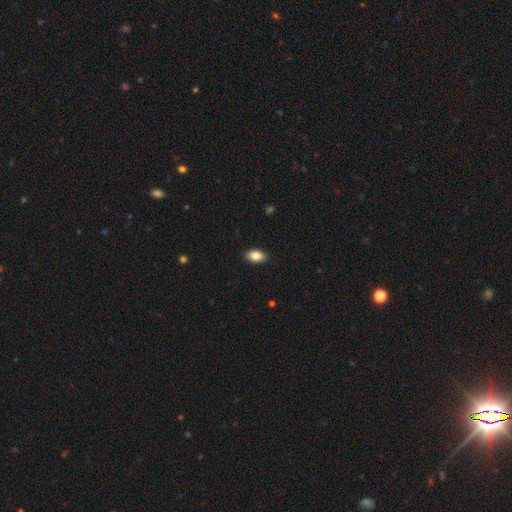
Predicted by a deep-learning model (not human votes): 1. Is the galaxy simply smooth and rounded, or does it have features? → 87% smooth, 8% star or artifact, 6% featured or disk.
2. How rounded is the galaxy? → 91% in between, 7% round, 2% cigar-shaped.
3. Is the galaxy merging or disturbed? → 90% none, 8% minor disturbance, 2% major disturbance, 1% merger.